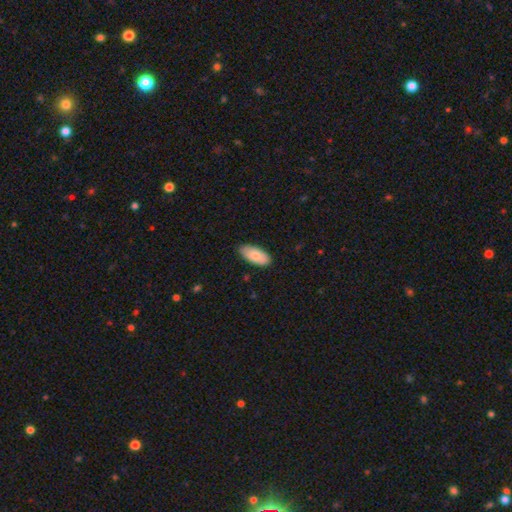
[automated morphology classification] Smooth or featured? Predicted: smooth (p=0.80). How rounded? Predicted: in between (p=0.93). Merging? Predicted: none (p=0.87).